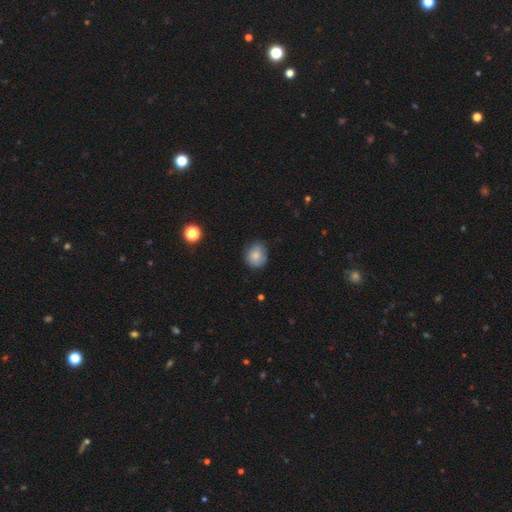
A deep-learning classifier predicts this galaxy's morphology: This appears to be a smooth galaxy with no disk features (80%) that is round (78%). Merging: none (71%).